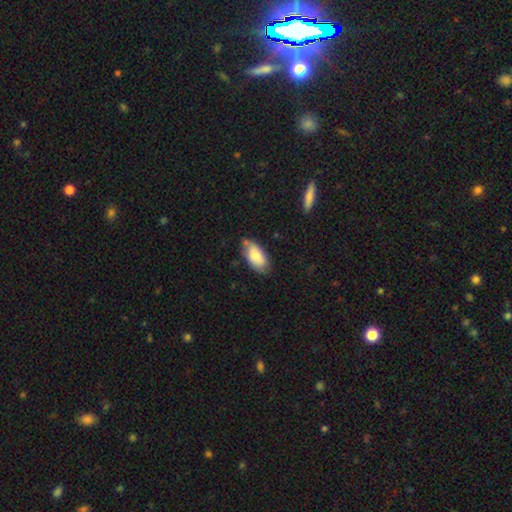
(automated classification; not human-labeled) A smooth galaxy with no disk features (79%) that is in between round and cigar-shaped (92%).

Vote fractions:
- Smooth or featured? smooth: 79% / featured or disk: 14% / star or artifact: 6%
- How rounded? in between: 92% / cigar-shaped: 5% / round: 2%
- Merging? none: 64% / minor disturbance: 27% / major disturbance: 5% / merger: 4%